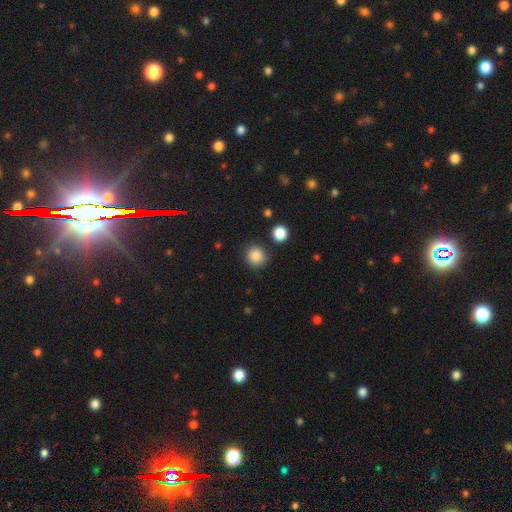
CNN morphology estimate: Smooth or featured?
  - smooth: 87% *
  - star or artifact: 10%
  - featured or disk: 3%
How rounded?
  - round: 91% *
  - in between: 9%
  - cigar-shaped: 1%
Merging?
  - none: 86% *
  - minor disturbance: 8%
  - merger: 3%
  - major disturbance: 3%